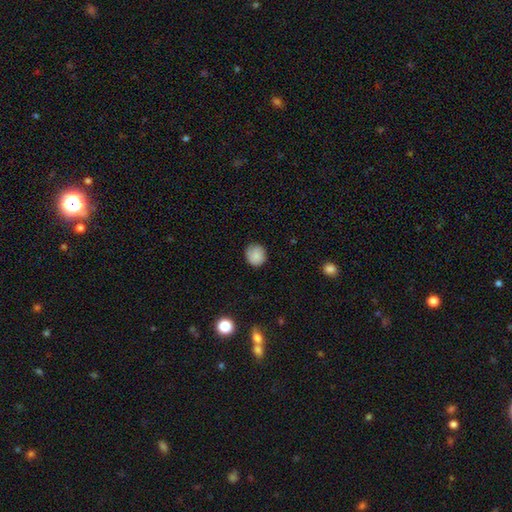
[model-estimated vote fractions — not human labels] Overall: smooth (86%). How rounded: round (88%). Merging: none (83%).